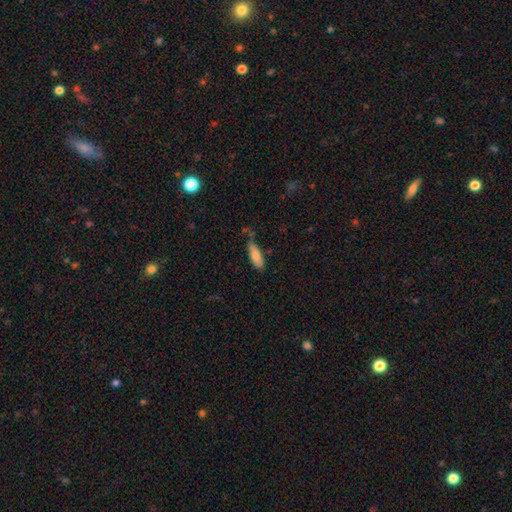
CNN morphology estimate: Smooth or featured? Predicted: smooth (p=0.78). How rounded? Predicted: in between (p=0.54). Merging? Predicted: none (p=0.66).